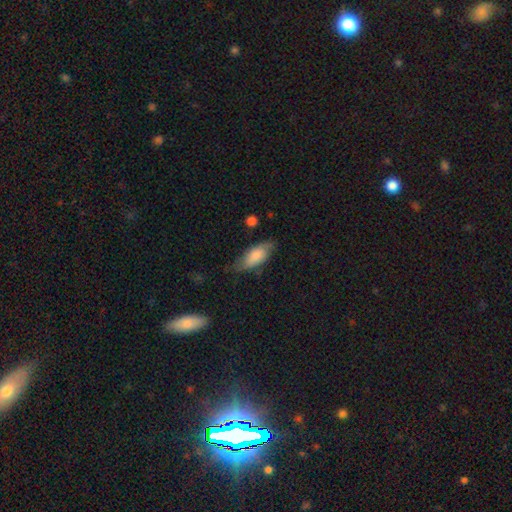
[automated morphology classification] This is likely a smooth galaxy (76%). How rounded: likely in between (78%). Merging: likely none (64%).